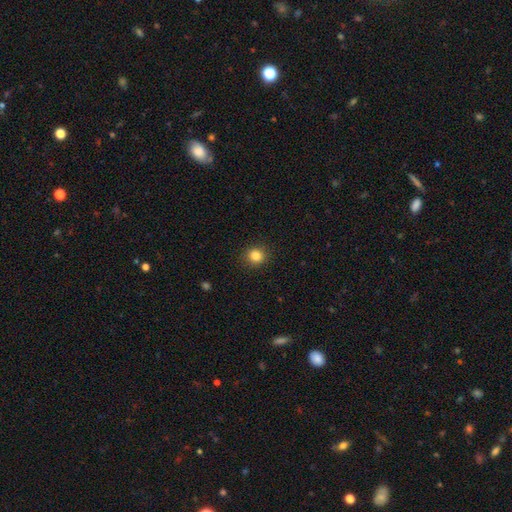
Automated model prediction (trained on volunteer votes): Smooth or featured? smooth (84%)
How rounded? round (88%)
Merging? none (91%)